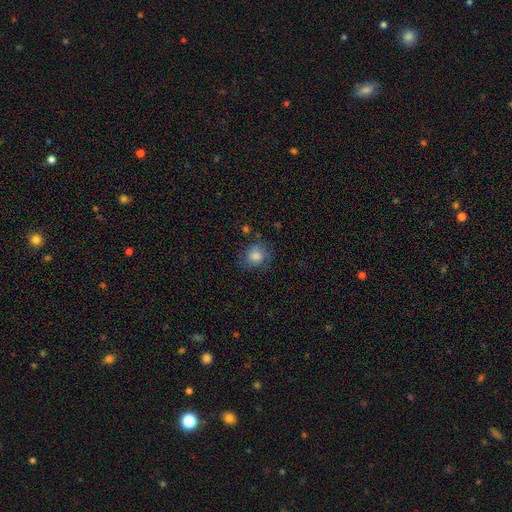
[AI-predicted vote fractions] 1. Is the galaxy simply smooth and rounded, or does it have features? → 76% smooth, 15% featured or disk, 9% star or artifact.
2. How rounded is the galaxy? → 75% round, 24% in between, 1% cigar-shaped.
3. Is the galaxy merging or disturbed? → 68% none, 21% minor disturbance, 9% major disturbance, 2% merger.